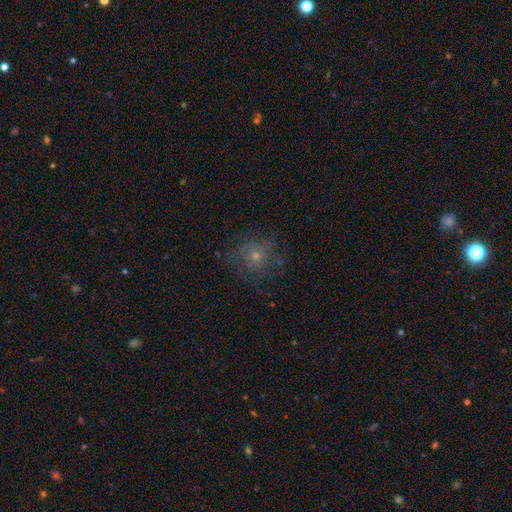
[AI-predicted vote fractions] Smooth or featured? Predicted: featured or disk (p=0.43). Merging? Predicted: none (p=0.67).